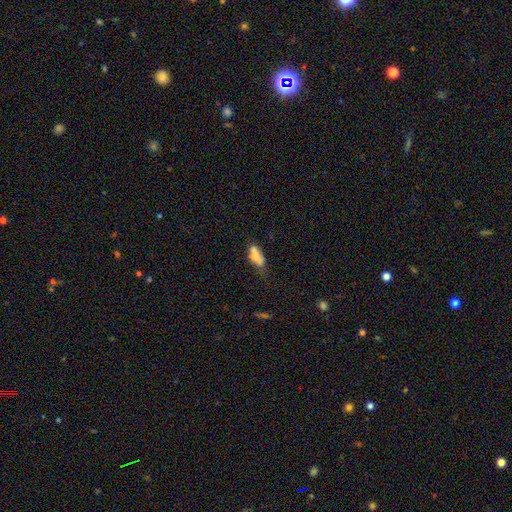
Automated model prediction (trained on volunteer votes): Smooth or featured? smooth (70%)
How rounded? in between (68%)
Merging? none (40%)